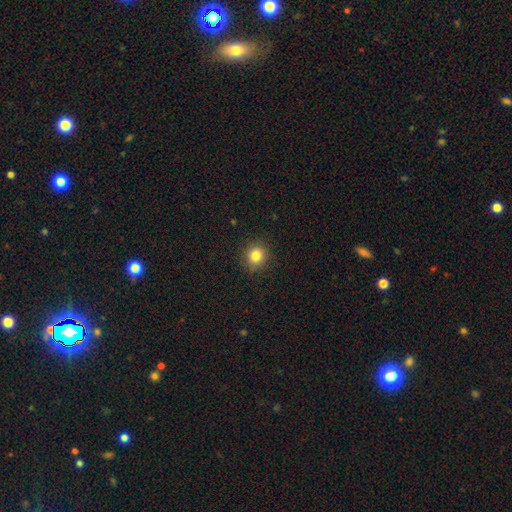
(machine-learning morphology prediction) type=smooth (82%); roundness=round (86%); merging=none (89%).